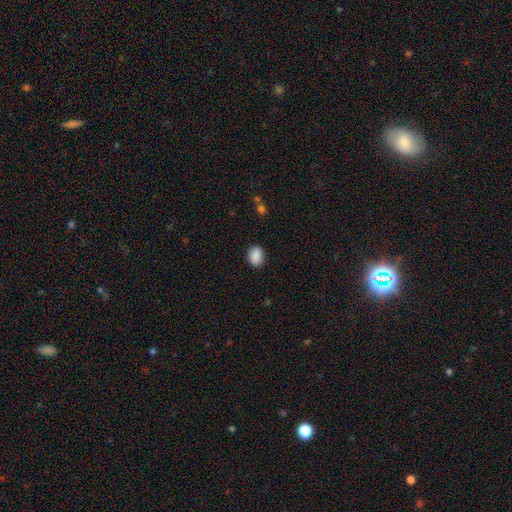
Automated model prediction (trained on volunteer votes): Morphology: type=smooth (89%); roundness=in between (70%); merging=none (87%).